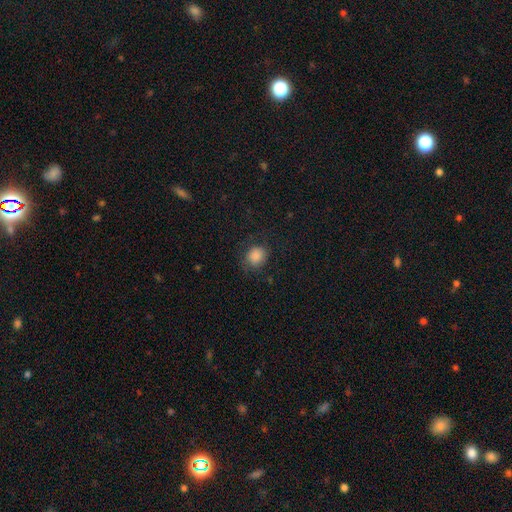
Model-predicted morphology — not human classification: Overall: smooth (86%). How rounded: round (69%; in between 30%). Merging: none (73%).